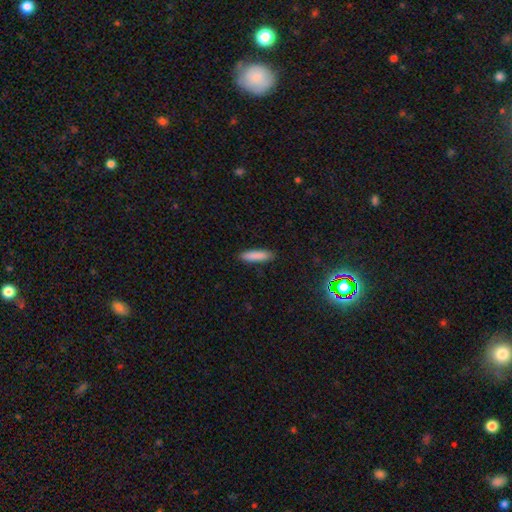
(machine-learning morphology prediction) type=smooth (86%); roundness=cigar-shaped (78%); merging=none (89%).